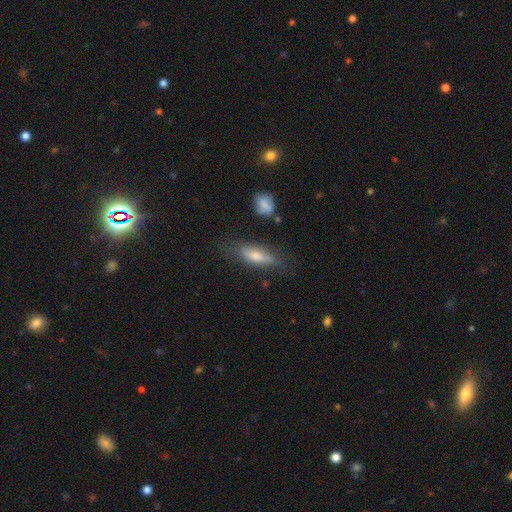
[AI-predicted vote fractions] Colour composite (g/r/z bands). It shows a smooth galaxy with no disk features (57%) that is cigar-shaped (60%). Merging: none (70%).